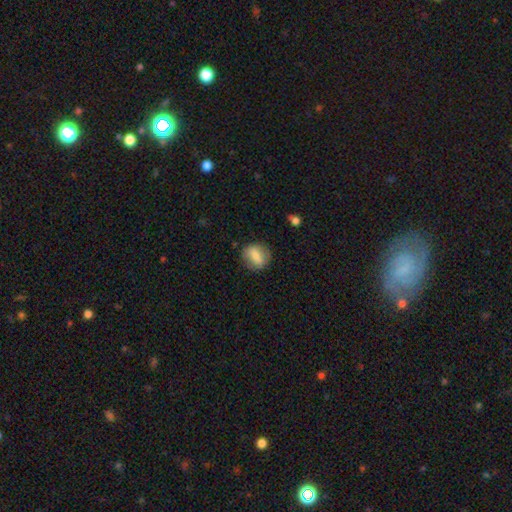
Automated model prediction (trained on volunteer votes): This appears to be a smooth galaxy with no disk features (71%) that is round (62%). Merging: none (79%).